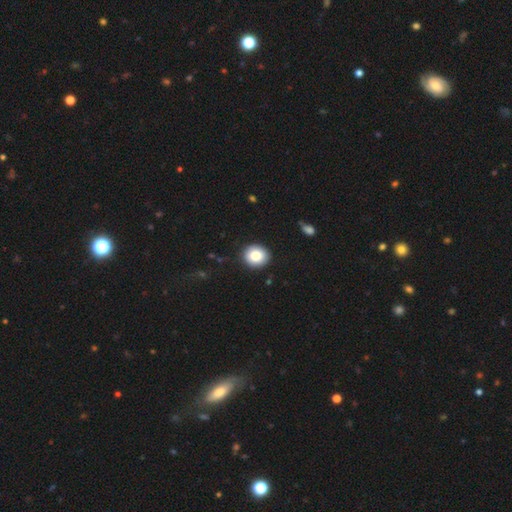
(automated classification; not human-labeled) This is clearly a smooth galaxy (85%). How rounded: likely round (78%). Merging: clearly none (90%).